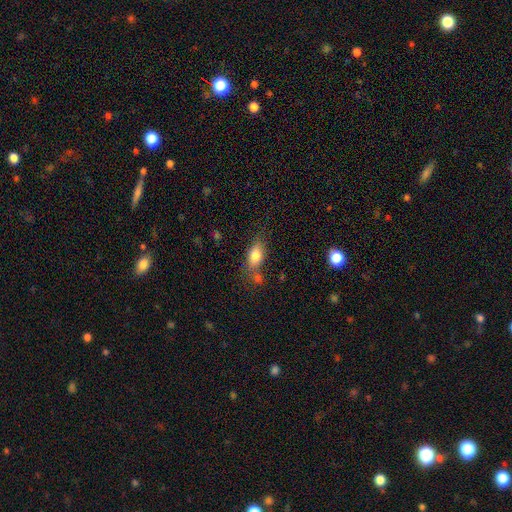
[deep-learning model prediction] smooth 77%, featured or disk 15%, star or artifact 8%. Down the decision tree: how rounded — in between (80%); merging — none (61%).